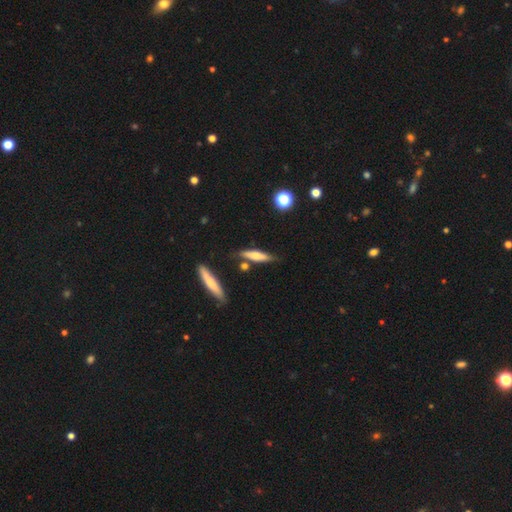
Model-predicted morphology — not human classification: A smooth galaxy with no disk features (54%) that is cigar-shaped (78%). Merging: none (75%).